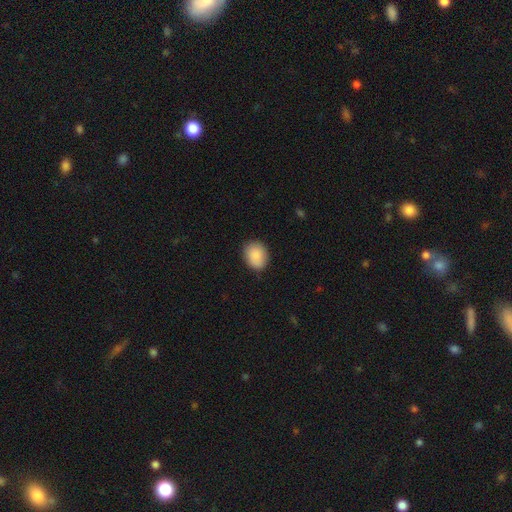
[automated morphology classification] A smooth galaxy with no disk features (89%) that is in between round and cigar-shaped (50%). Merging: none (84%).